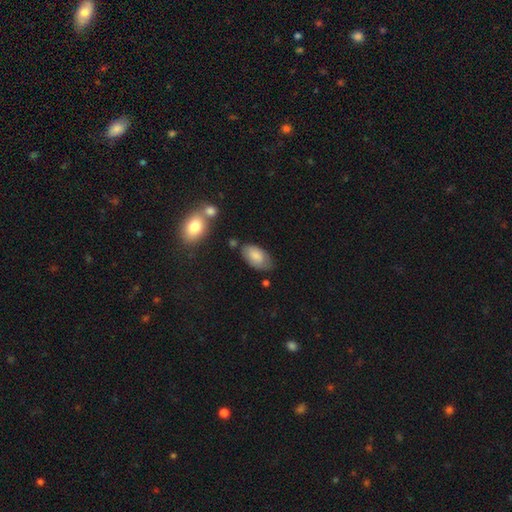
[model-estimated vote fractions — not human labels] smooth_or_featured: smooth (p=0.81) [alt: featured or disk p=0.13]
how_rounded: in between (p=0.95) [alt: round p=0.03]
merging: none (p=0.65) [alt: minor disturbance p=0.25]